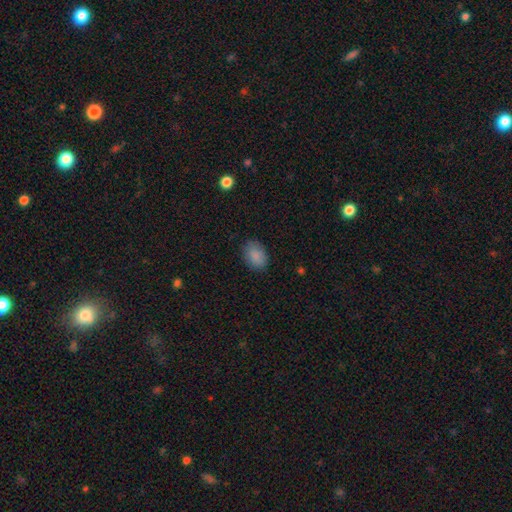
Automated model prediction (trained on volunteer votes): Smooth or featured? smooth (88%)
How rounded? in between (80%)
Merging? none (84%)